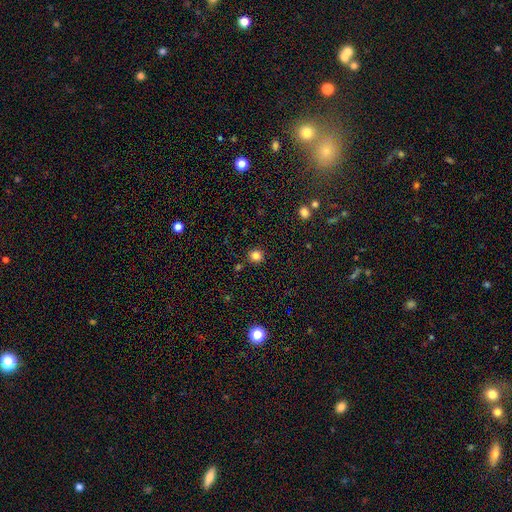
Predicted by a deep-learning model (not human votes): A smooth galaxy with no disk features (82%) that is round (93%). Merging: none (89%).